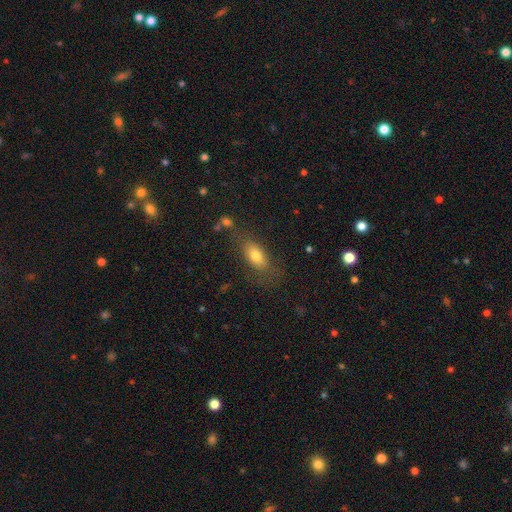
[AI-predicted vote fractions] A smooth galaxy with no disk features (75%) that is in between round and cigar-shaped (81%).

Vote fractions:
- Smooth or featured? smooth: 75% / featured or disk: 16% / star or artifact: 9%
- How rounded? in between: 81% / cigar-shaped: 13% / round: 6%
- Merging? none: 69% / minor disturbance: 19% / major disturbance: 8% / merger: 4%